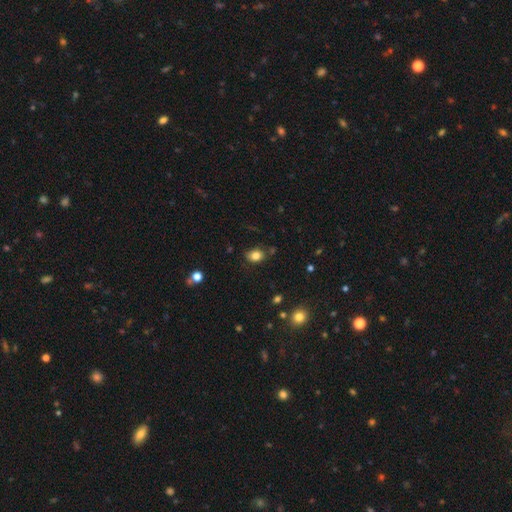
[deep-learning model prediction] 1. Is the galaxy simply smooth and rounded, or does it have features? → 82% smooth, 11% star or artifact, 7% featured or disk.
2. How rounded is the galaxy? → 64% in between, 35% round, 1% cigar-shaped.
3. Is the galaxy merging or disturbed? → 76% none, 16% minor disturbance, 4% major disturbance, 3% merger.